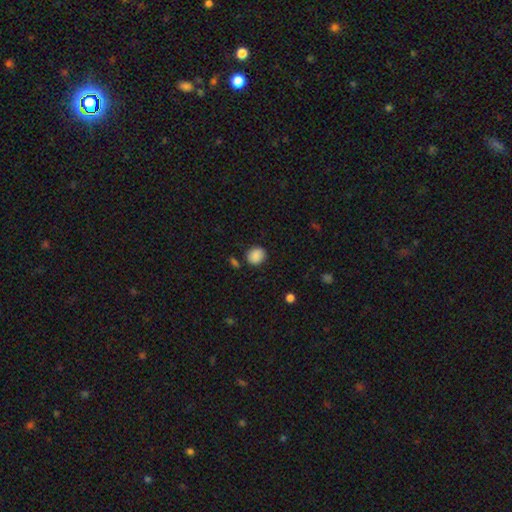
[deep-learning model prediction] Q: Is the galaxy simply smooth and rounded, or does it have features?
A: smooth — 88%.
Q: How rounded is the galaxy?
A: round — 70%.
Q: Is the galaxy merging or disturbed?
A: none — 82%.